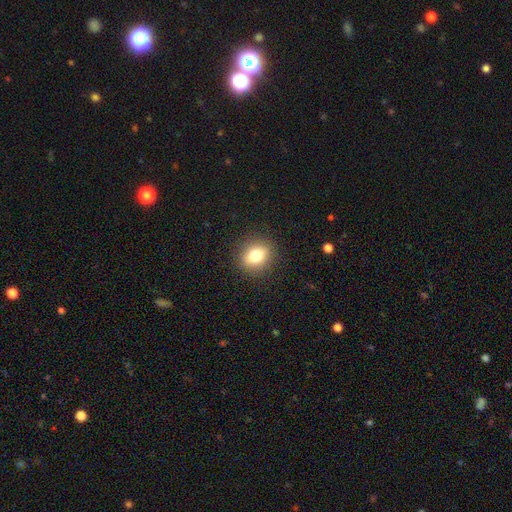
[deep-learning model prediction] A smooth galaxy with no disk features (77%) that is round (60%).

Vote fractions:
- Smooth or featured? smooth: 77% / featured or disk: 12% / star or artifact: 11%
- How rounded? round: 60% / in between: 39% / cigar-shaped: 1%
- Merging? none: 90% / minor disturbance: 7% / major disturbance: 2% / merger: 1%